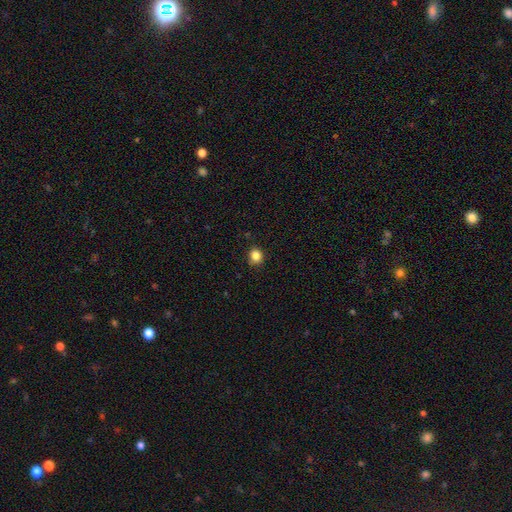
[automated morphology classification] Q: Smooth or featured?
A: smooth (84%); runner-up: star or artifact (12%)
Q: How rounded?
A: round (76%); runner-up: in between (23%)
Q: Merging?
A: none (85%); runner-up: minor disturbance (11%)